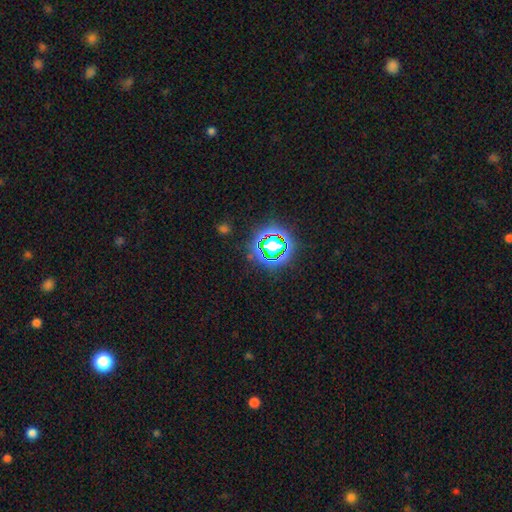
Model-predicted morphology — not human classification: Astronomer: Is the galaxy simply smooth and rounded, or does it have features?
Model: star or artifact — 79%.